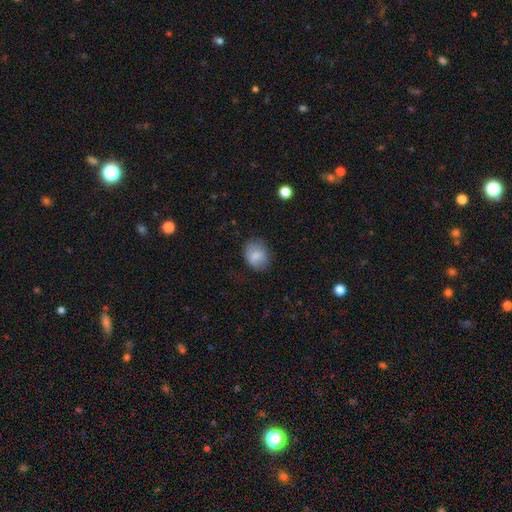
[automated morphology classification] A smooth galaxy with no disk features (80%) that is in between round and cigar-shaped (52%).

Vote fractions:
- Smooth or featured? smooth: 80% / featured or disk: 11% / star or artifact: 8%
- How rounded? in between: 52% / round: 47% / cigar-shaped: 1%
- Merging? none: 73% / minor disturbance: 20% / major disturbance: 6% / merger: 1%